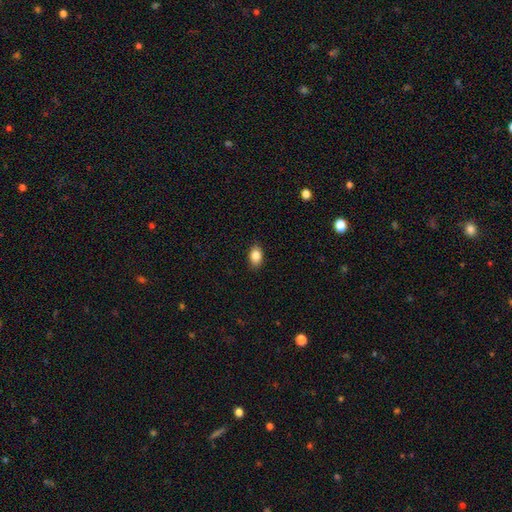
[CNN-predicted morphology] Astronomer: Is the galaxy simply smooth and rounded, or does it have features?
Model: smooth — 85%.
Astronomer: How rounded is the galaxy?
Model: in between — 85%.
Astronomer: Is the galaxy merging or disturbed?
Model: none — 88%.